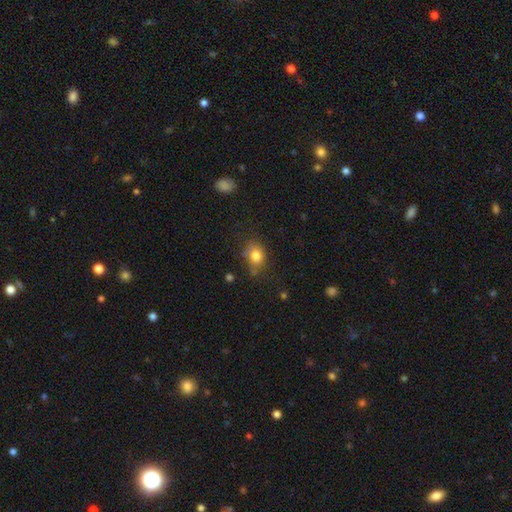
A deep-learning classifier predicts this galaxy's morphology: Smooth or featured? smooth (80%)
How rounded? in between (52%)
Merging? none (66%)